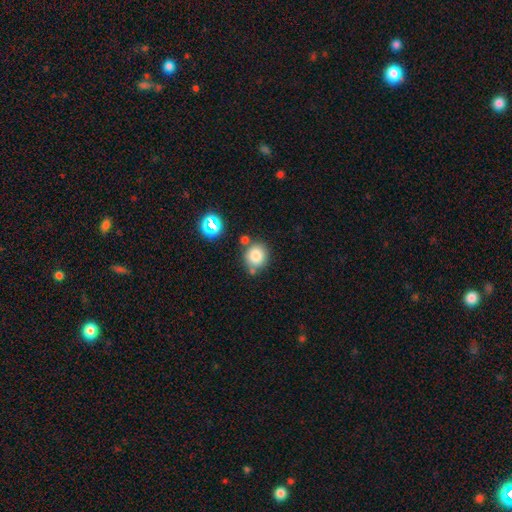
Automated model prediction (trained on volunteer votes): The model was most divided on "merging": none: 69%, merger: 14%, minor disturbance: 13%, major disturbance: 4%. More confident: how rounded — round (84%); smooth or featured — smooth (80%).